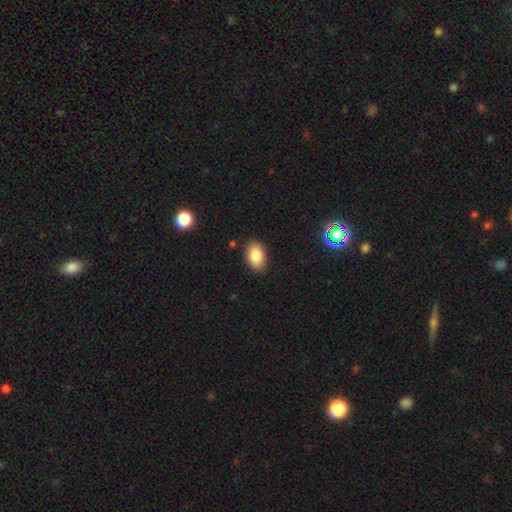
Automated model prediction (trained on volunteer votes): smooth-or-featured: smooth: 84% | star or artifact: 8% | featured or disk: 7%
  how-rounded: in between: 85% | round: 14% | cigar-shaped: 1%
  merging: none: 87% | minor disturbance: 10% | major disturbance: 2% | merger: 1%